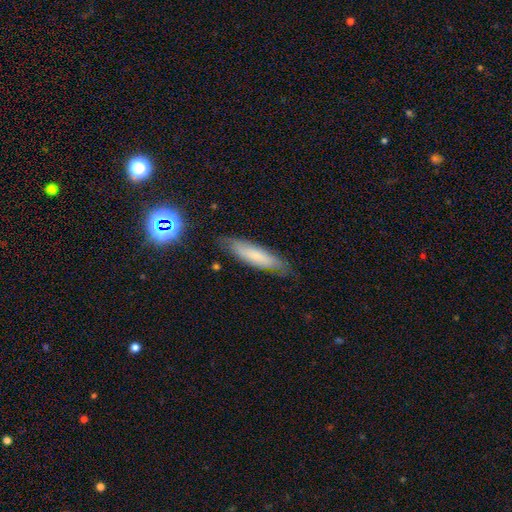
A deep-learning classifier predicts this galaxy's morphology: smooth-or-featured: smooth: 68% | featured or disk: 23% | star or artifact: 9%
  how-rounded: cigar-shaped: 68% | in between: 30% | round: 2%
  merging: none: 79% | minor disturbance: 16% | major disturbance: 4% | merger: 2%